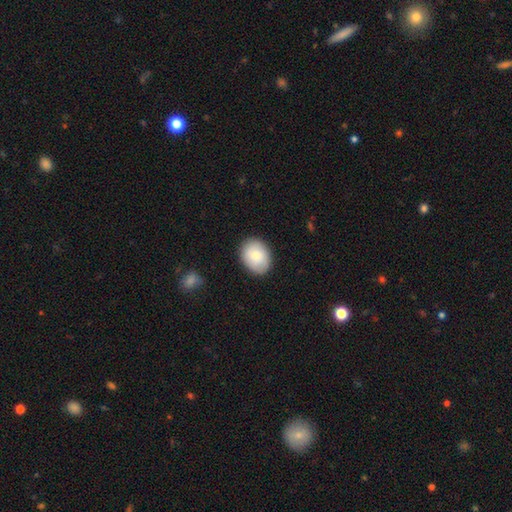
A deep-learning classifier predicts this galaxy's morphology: type=smooth (77%); roundness=in between (59%); merging=none (86%).